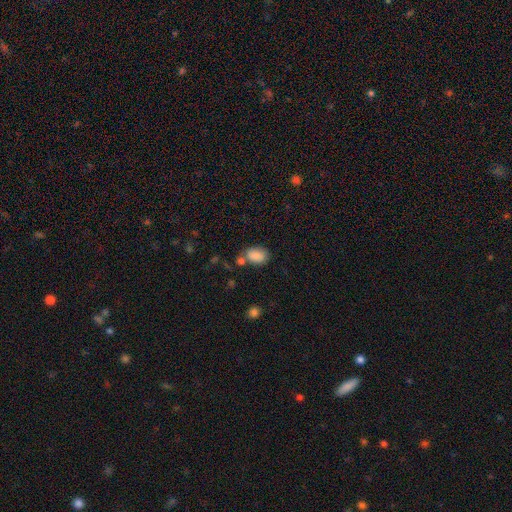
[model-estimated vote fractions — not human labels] The model was most divided on "merging": none: 60%, merger: 18%, minor disturbance: 17%, major disturbance: 5%. More confident: smooth or featured — smooth (86%); how rounded — in between (83%).